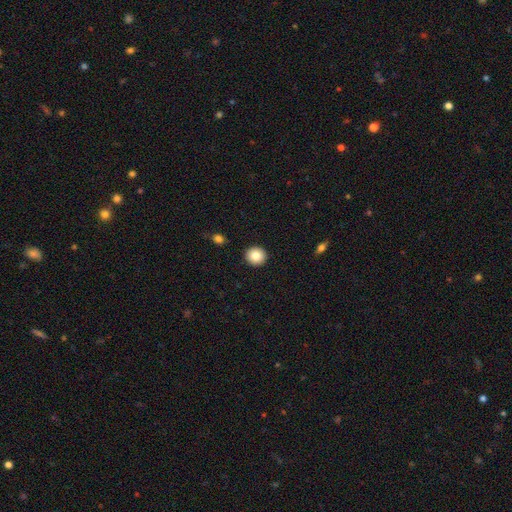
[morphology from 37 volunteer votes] This appears to be a smooth galaxy with no disk features (84%) that is round (84%). Merging: none (94%).